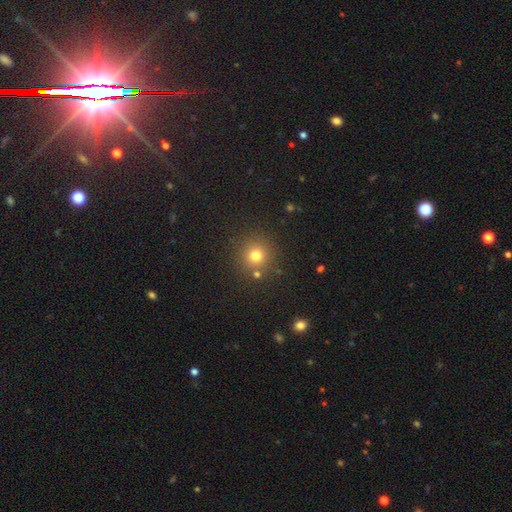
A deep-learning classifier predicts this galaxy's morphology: Q: Smooth or featured?
A: smooth (75%); runner-up: star or artifact (17%)
Q: How rounded?
A: round (94%); runner-up: in between (5%)
Q: Merging?
A: none (83%); runner-up: minor disturbance (7%)